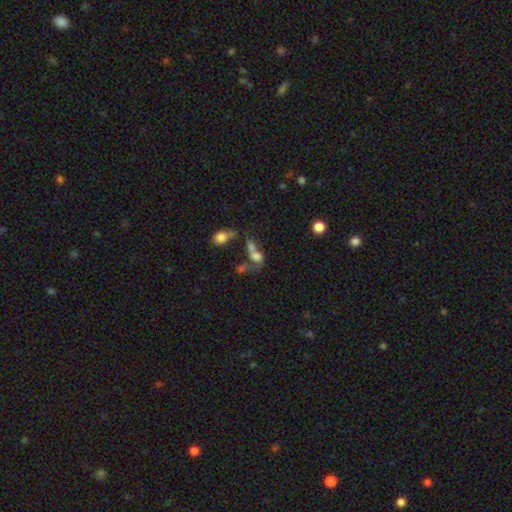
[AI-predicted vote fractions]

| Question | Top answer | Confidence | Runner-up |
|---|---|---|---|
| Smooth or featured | smooth | 58% | featured or disk (26%) |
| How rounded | in between | 67% | round (29%) |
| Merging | merger | 59% | none (17%) |